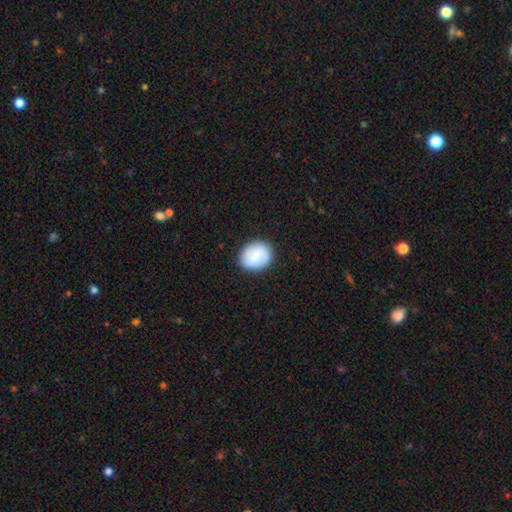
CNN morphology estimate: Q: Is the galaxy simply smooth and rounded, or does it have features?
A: smooth — 73%.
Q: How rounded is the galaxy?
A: round — 69%.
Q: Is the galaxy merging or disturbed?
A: none — 86%.